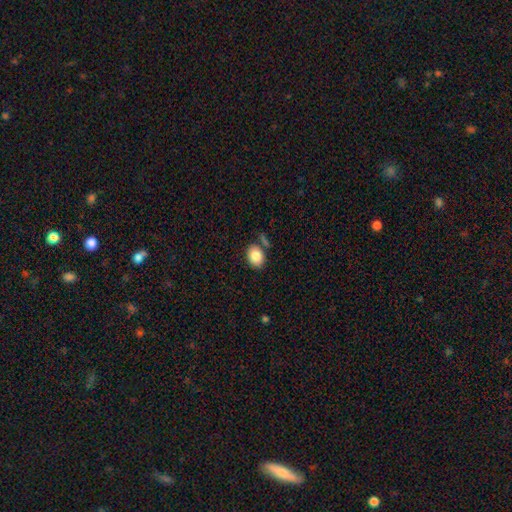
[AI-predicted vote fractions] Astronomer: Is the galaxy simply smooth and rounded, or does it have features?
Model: smooth — 85%.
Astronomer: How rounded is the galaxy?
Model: in between — 67%.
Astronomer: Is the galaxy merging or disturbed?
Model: none — 73%.